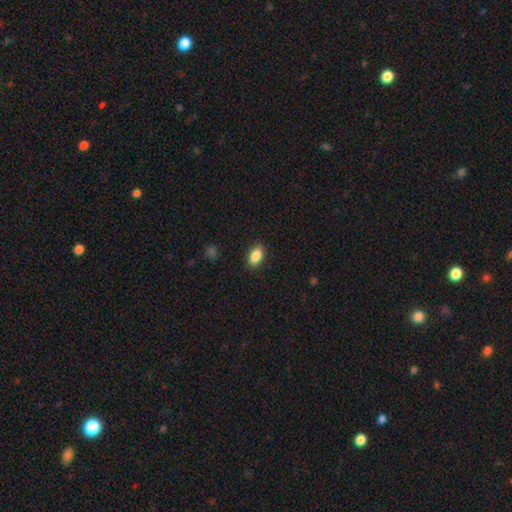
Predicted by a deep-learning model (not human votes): The model was most divided on "merging": none: 88%, minor disturbance: 9%, major disturbance: 2%, merger: 1%. More confident: how rounded — in between (90%); smooth or featured — smooth (87%).